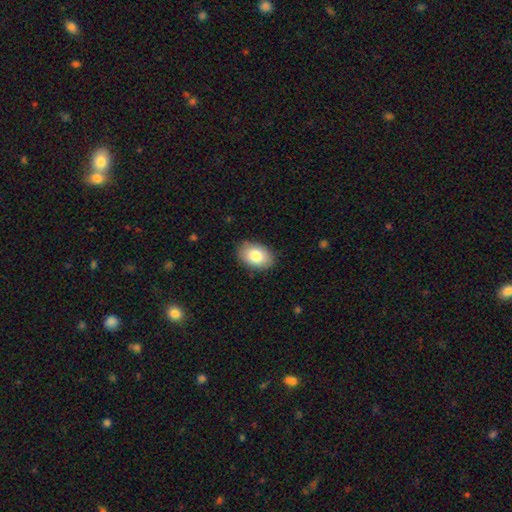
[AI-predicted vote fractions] This is clearly a smooth galaxy (82%). How rounded: clearly in between (86%). Merging: clearly none (86%).